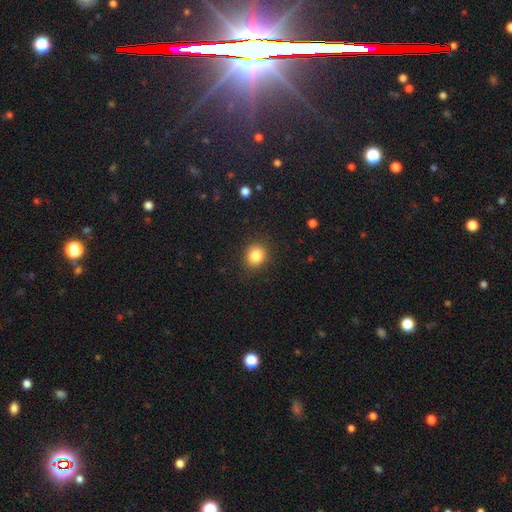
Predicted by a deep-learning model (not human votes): This appears to be a smooth galaxy with no disk features (84%) that is round (80%). Merging: none (87%).